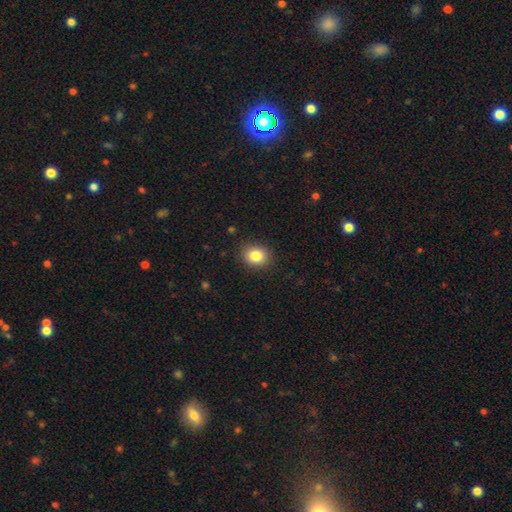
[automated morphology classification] A smooth galaxy with no disk features (84%) that is round (61%). Merging: none (88%).